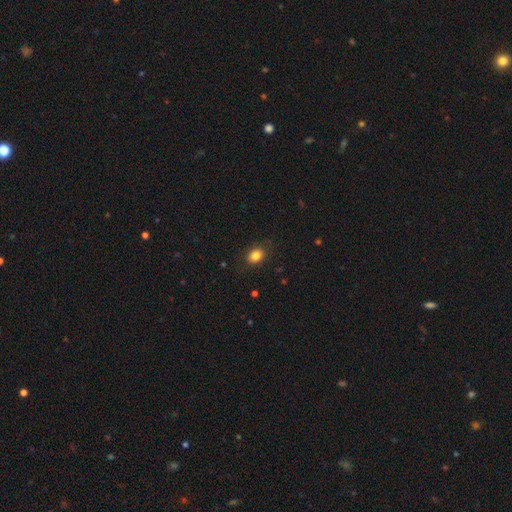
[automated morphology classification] Overall: smooth (83%). How rounded: in between (57%; round 42%). Merging: none (84%).